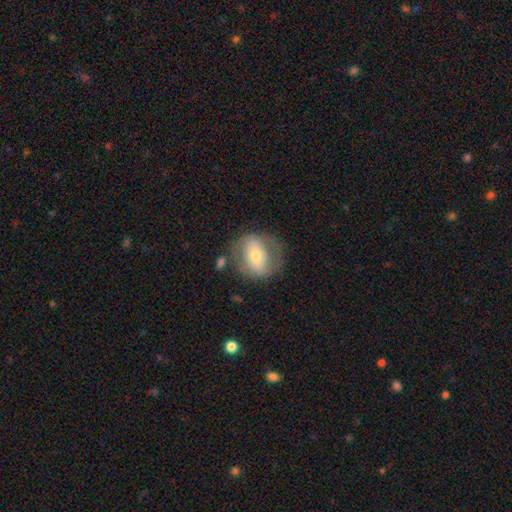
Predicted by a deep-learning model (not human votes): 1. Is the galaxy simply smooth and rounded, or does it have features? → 48% featured or disk, 45% smooth, 7% star or artifact.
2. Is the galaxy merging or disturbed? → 66% none, 19% minor disturbance, 11% major disturbance, 5% merger.